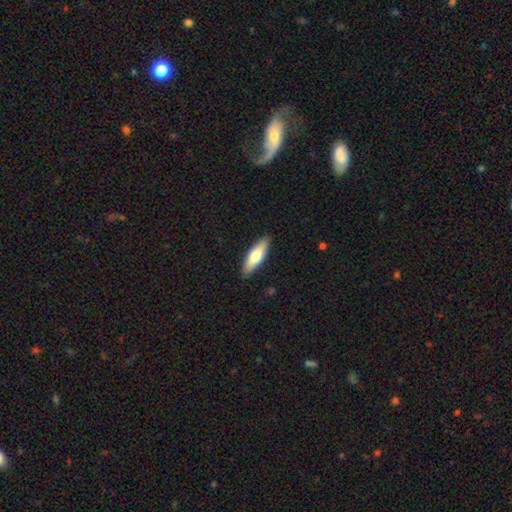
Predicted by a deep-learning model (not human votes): Smooth or featured?
  - smooth: 66% *
  - featured or disk: 28%
  - star or artifact: 5%
How rounded?
  - cigar-shaped: 49% * (tied)
  - in between: 49% * (tied)
  - round: 2%
Merging?
  - none: 89% *
  - minor disturbance: 8%
  - major disturbance: 2%
  - merger: 1%